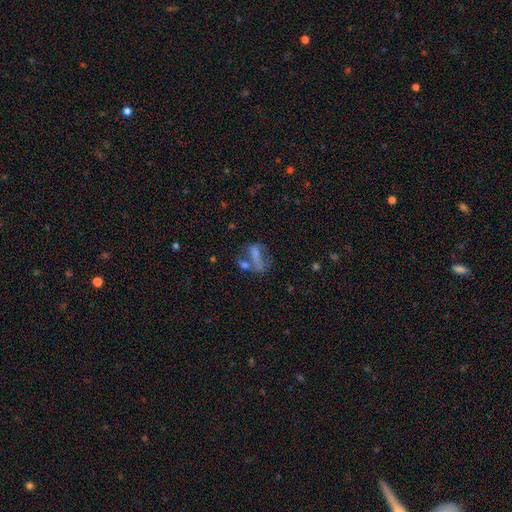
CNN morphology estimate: Smooth or featured: smooth — 56% (featured or disk — 29%)
How rounded: in between — 62% (cigar-shaped — 29%)
Merging: merger — 33% (none — 28%)